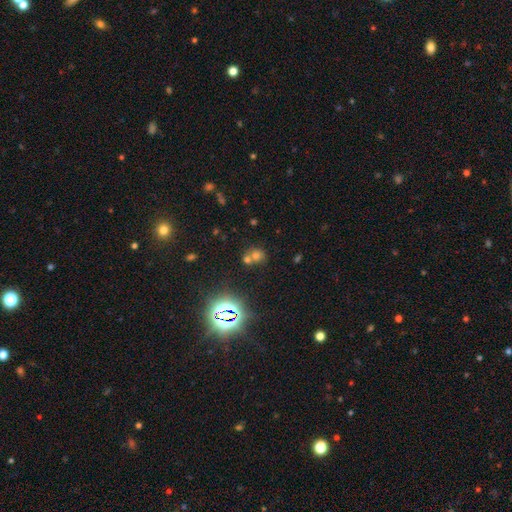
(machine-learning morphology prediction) Smooth or featured? Predicted: smooth (p=0.54). How rounded? Predicted: round (p=0.72). Merging? Predicted: merger (p=0.50).